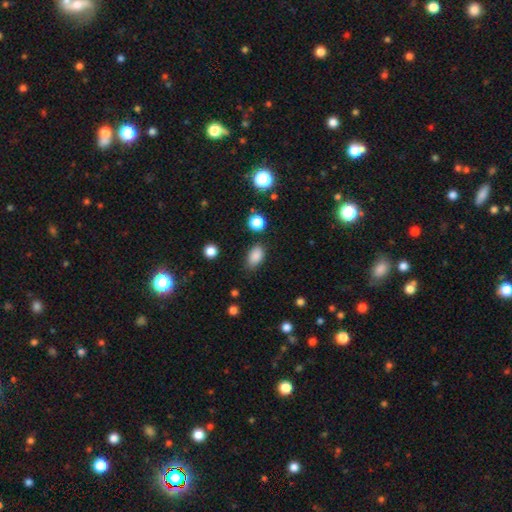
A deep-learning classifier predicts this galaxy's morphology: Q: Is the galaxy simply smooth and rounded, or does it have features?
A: smooth — 85%.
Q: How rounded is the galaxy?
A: in between — 89%.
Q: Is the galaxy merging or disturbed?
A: none — 80%.